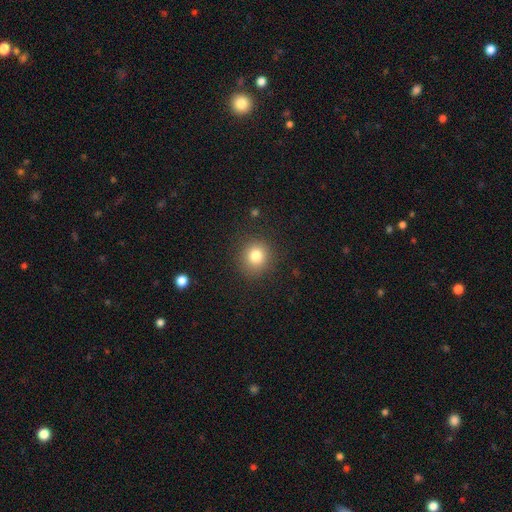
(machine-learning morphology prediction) This appears to be a smooth galaxy with no disk features (80%) that is round (87%). Merging: none (88%).